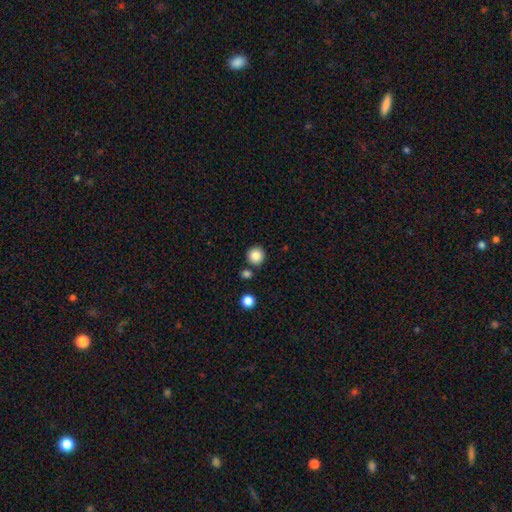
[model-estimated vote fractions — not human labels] smooth 86%, star or artifact 10%, featured or disk 4%. Down the decision tree: how rounded — round (94%); merging — none (84%).